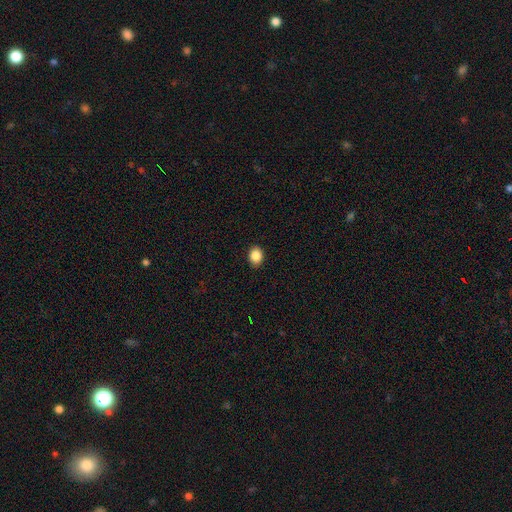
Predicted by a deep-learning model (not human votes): This is clearly a smooth galaxy (87%). How rounded: possibly round (51%). Merging: clearly none (90%).